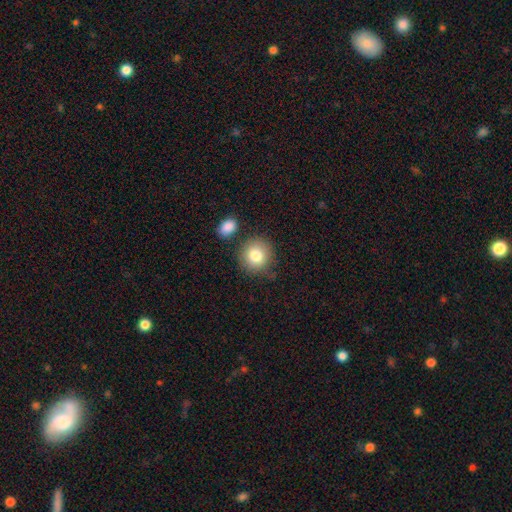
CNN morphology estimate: smooth-or-featured: smooth: 82% | featured or disk: 9% | star or artifact: 9%
  how-rounded: round: 89% | in between: 10% | cigar-shaped: 1%
  merging: none: 77% | minor disturbance: 12% | merger: 8% | major disturbance: 4%